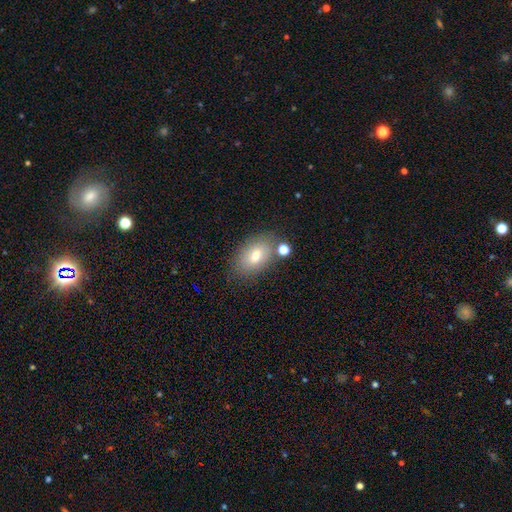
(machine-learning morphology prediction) Overall: smooth (75%). How rounded: in between (90%). Merging: none (73%).